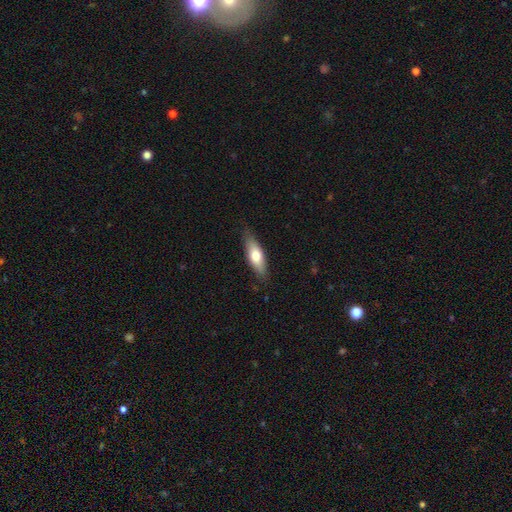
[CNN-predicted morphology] A smooth galaxy with no disk features (66%) that is in between round and cigar-shaped (56%).

Vote fractions:
- Smooth or featured? smooth: 66% / featured or disk: 28% / star or artifact: 6%
- How rounded? in between: 56% / cigar-shaped: 42% / round: 2%
- Merging? none: 83% / minor disturbance: 14% / major disturbance: 2% / merger: 1%